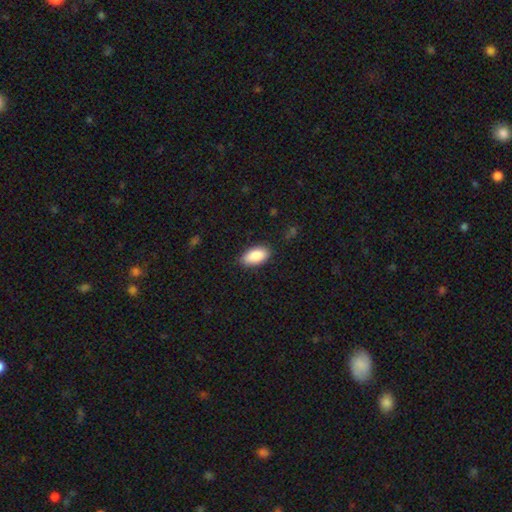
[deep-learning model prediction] smooth_or_featured: smooth (p=0.89) [alt: star or artifact p=0.06]
how_rounded: in between (p=0.94) [alt: cigar-shaped p=0.03]
merging: none (p=0.84) [alt: minor disturbance p=0.12]